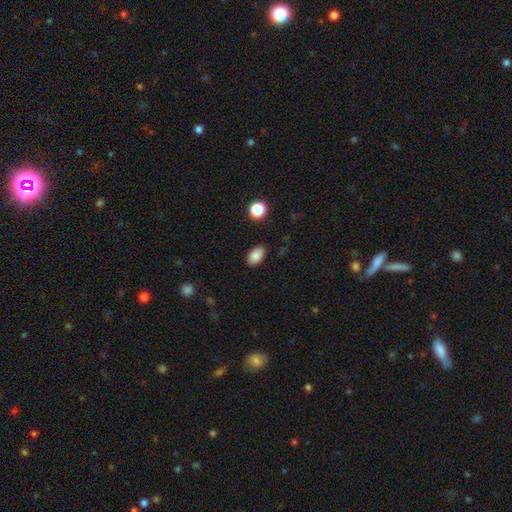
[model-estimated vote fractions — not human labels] Smooth or featured? smooth (87%)
How rounded? in between (89%)
Merging? none (87%)